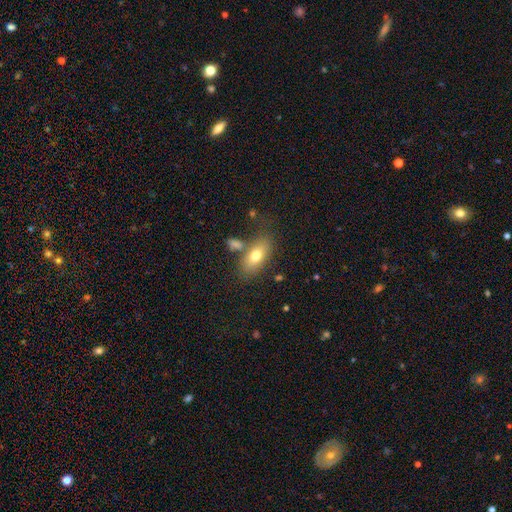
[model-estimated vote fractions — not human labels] Q: Smooth or featured?
A: smooth (72%); runner-up: featured or disk (20%)
Q: How rounded?
A: in between (84%); runner-up: cigar-shaped (10%)
Q: Merging?
A: none (68%); runner-up: minor disturbance (14%)